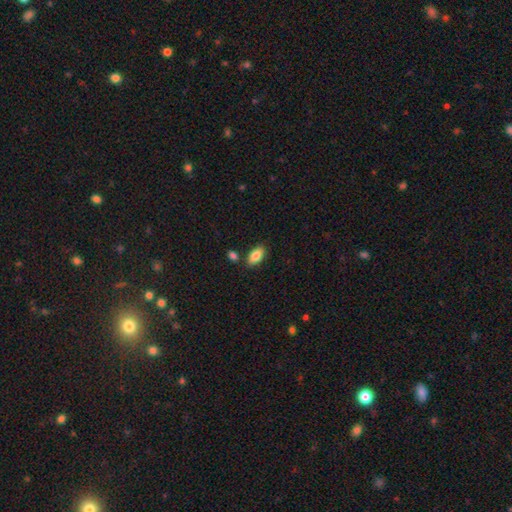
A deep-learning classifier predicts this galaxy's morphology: A smooth galaxy with no disk features (86%) that is in between round and cigar-shaped (92%). Merging: none (81%).